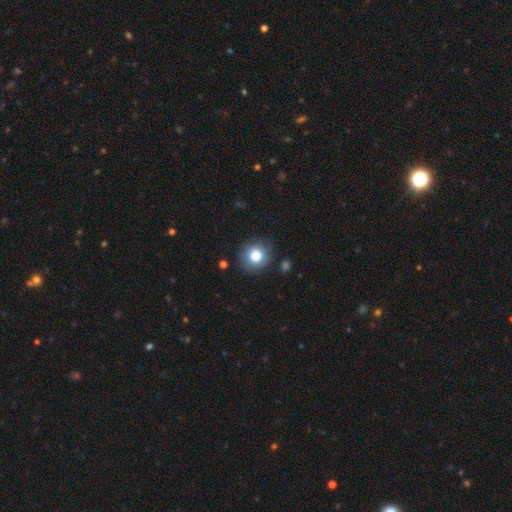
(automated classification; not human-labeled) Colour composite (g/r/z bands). It shows a smooth galaxy with no disk features (80%) that is round (88%). Merging: none (80%).